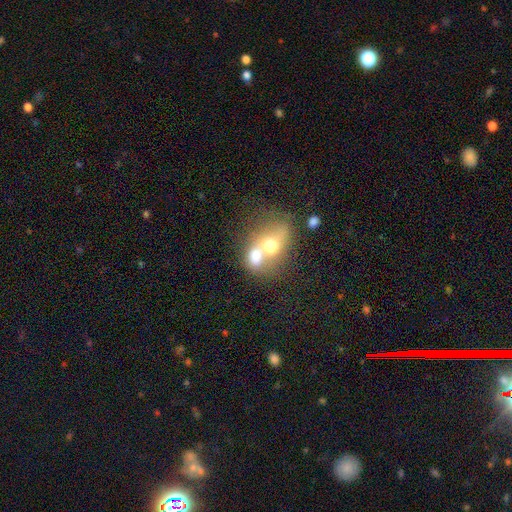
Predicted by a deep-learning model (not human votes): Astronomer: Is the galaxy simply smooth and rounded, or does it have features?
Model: smooth — 62%.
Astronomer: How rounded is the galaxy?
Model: in between — 57% (runner-up: round, 41%).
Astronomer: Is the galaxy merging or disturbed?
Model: merger — 74%.